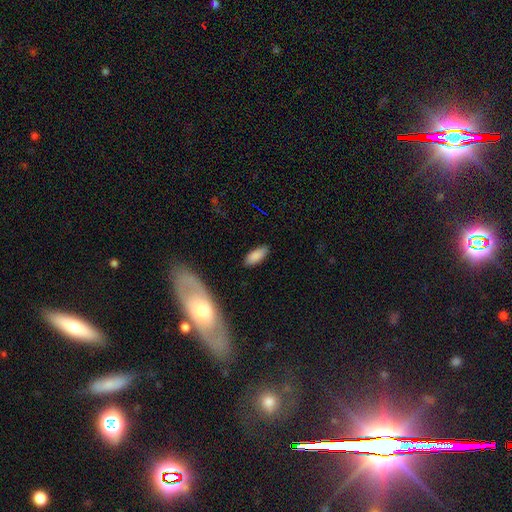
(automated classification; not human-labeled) smooth_or_featured: smooth (p=0.85) [alt: featured or disk p=0.08]
how_rounded: in between (p=0.81) [alt: cigar-shaped p=0.17]
merging: none (p=0.84) [alt: minor disturbance p=0.11]